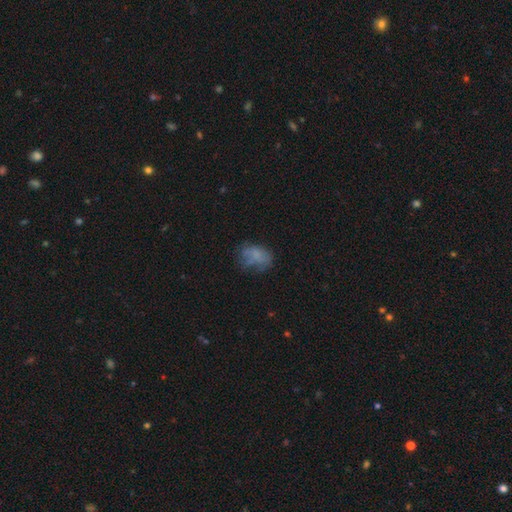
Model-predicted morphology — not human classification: A smooth galaxy with no disk features (60%) that is in between round and cigar-shaped (72%). Merging: none (45%).